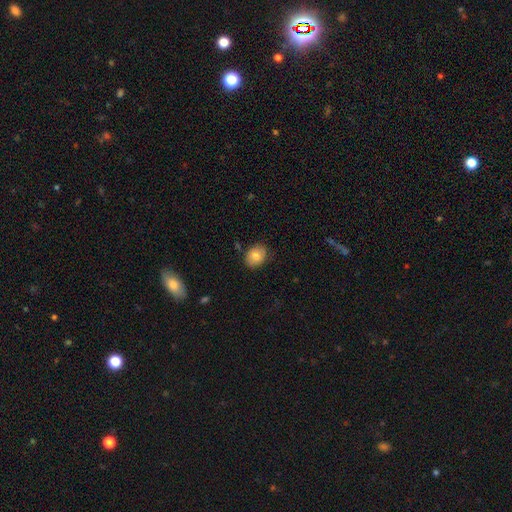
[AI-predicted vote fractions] This is likely a smooth galaxy (80%). How rounded: possibly in between (55%). Merging: clearly none (84%).